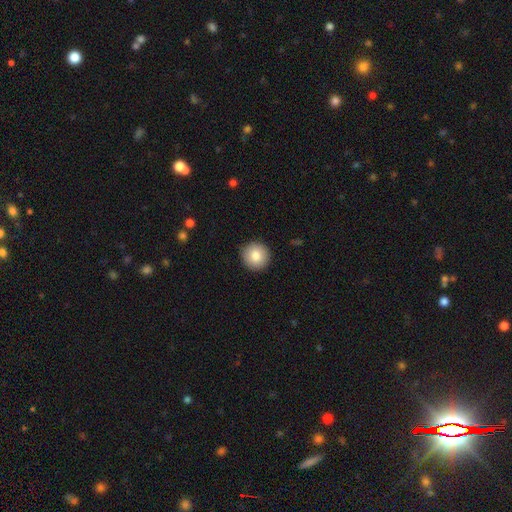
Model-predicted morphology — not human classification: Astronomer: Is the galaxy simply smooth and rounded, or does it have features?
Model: smooth — 82%.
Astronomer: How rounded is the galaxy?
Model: round — 95%.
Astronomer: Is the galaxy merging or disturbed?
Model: none — 91%.